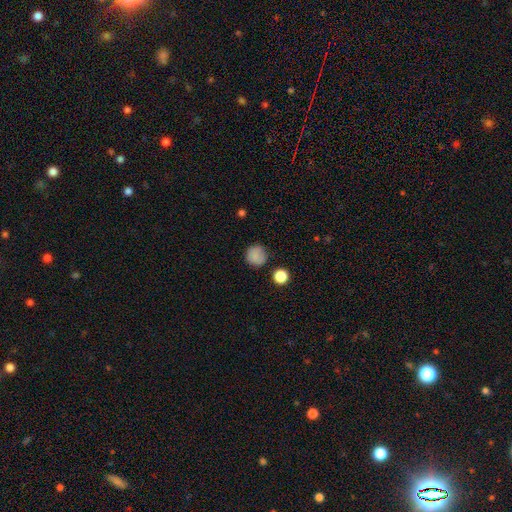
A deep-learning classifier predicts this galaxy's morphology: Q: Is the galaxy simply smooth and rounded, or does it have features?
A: smooth — 84%.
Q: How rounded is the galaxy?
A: round — 93%.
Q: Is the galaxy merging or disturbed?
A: none — 84%.